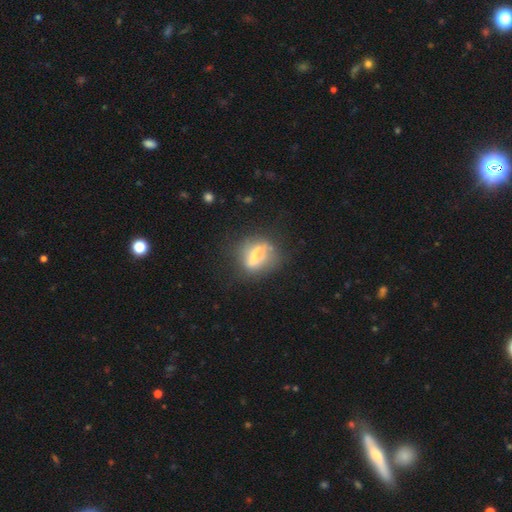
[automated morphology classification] Smooth or featured: featured or disk — 51% (smooth — 39%)
Edge-on disk: no — 79% (yes — 21%)
Merging: none — 58% (minor disturbance — 21%)